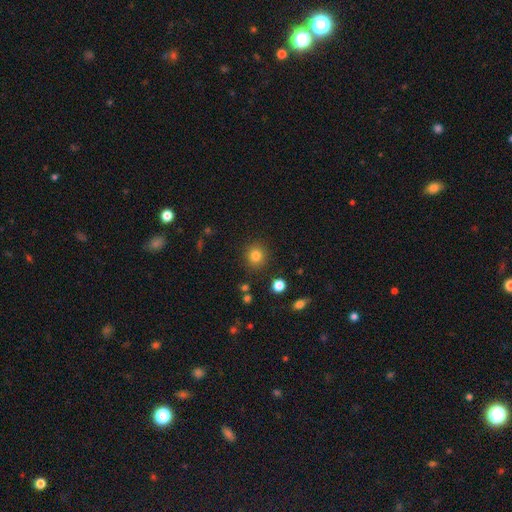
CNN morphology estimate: The model was most divided on "smooth or featured": smooth: 82%, star or artifact: 12%, featured or disk: 6%. More confident: how rounded — round (89%); merging — none (88%).